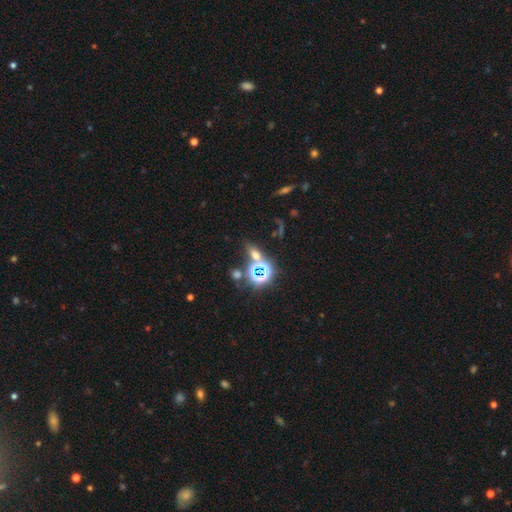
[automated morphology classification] Smooth or featured? star or artifact (48%)